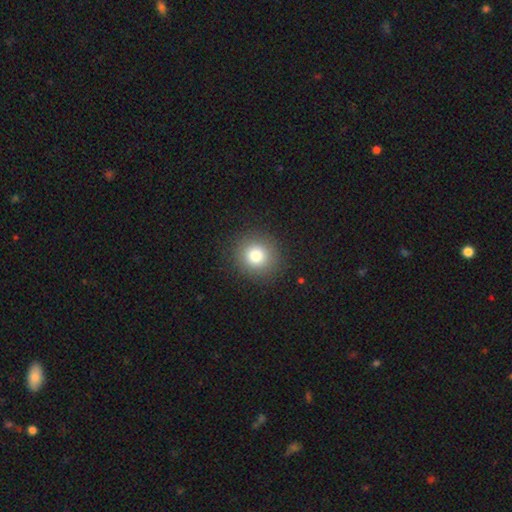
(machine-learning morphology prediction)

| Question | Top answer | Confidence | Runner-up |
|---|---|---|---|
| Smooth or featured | smooth | 80% | star or artifact (12%) |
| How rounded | round | 91% | in between (8%) |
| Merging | none | 90% | minor disturbance (6%) |